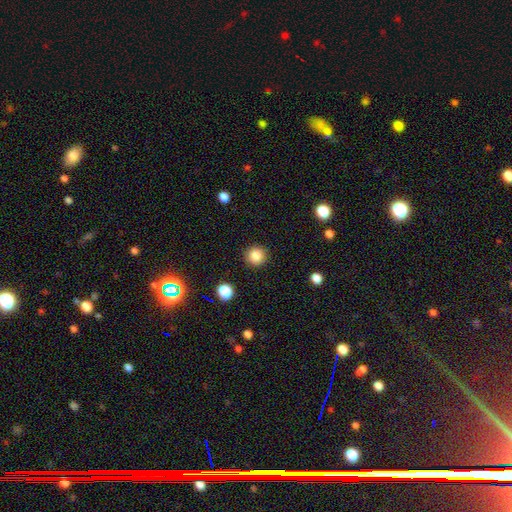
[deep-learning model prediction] Smooth or featured?
  - smooth: 85% *
  - star or artifact: 11%
  - featured or disk: 4%
How rounded?
  - round: 94% *
  - in between: 5%
  - cigar-shaped: 1%
Merging?
  - none: 91% *
  - minor disturbance: 6%
  - major disturbance: 2%
  - merger: 1%